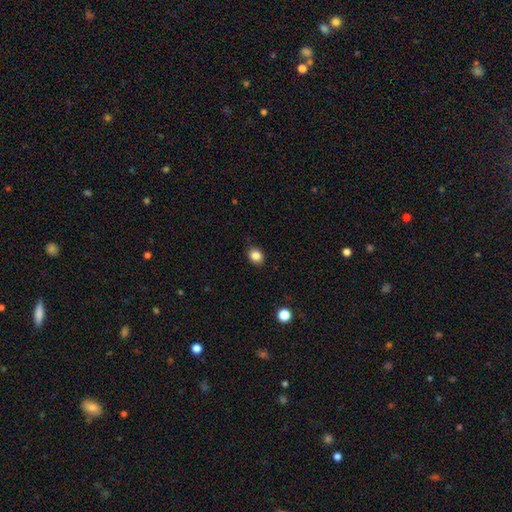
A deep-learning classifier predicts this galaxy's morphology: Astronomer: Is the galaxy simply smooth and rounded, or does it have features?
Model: smooth — 85%.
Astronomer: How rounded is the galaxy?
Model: round — 57% (runner-up: in between, 42%).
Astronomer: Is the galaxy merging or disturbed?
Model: none — 89%.